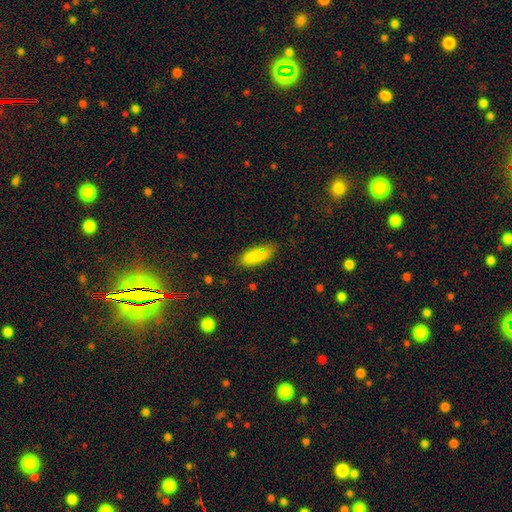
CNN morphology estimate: type=smooth (85%); roundness=in between (74%); merging=none (71%).